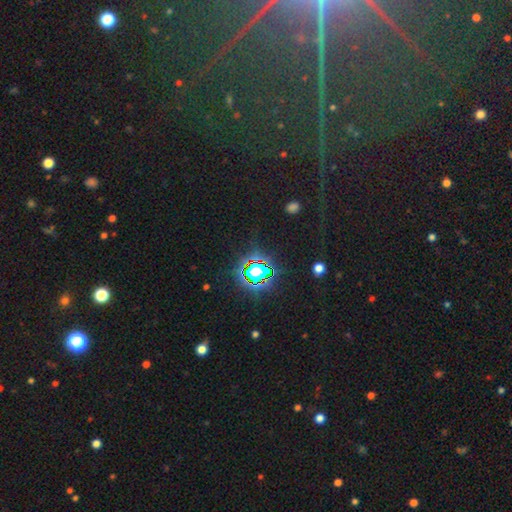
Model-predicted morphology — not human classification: This is clearly a star or artifact rather than a galaxy (83%).